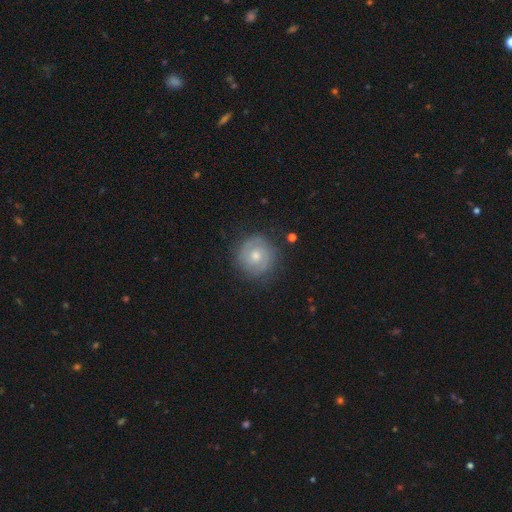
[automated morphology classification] type=featured or disk (62%); edge-on=no (97%); bar=no (68%); spiral arms=yes (82%); bulge=moderate (67%); merging=none (83%).